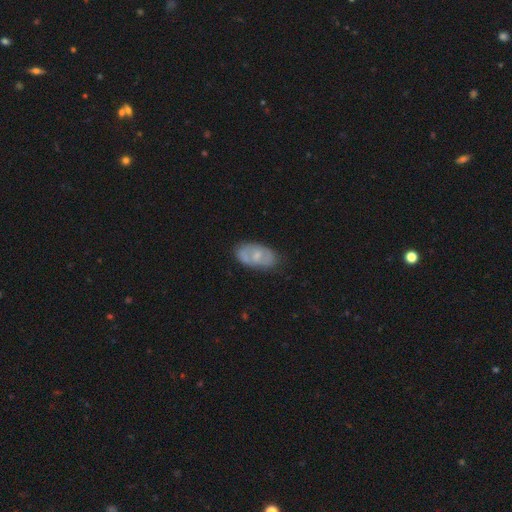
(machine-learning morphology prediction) Smooth or featured?
  - featured or disk: 47% *
  - smooth: 46%
  - star or artifact: 6%
Merging?
  - none: 72% *
  - minor disturbance: 20%
  - major disturbance: 5%
  - merger: 3%